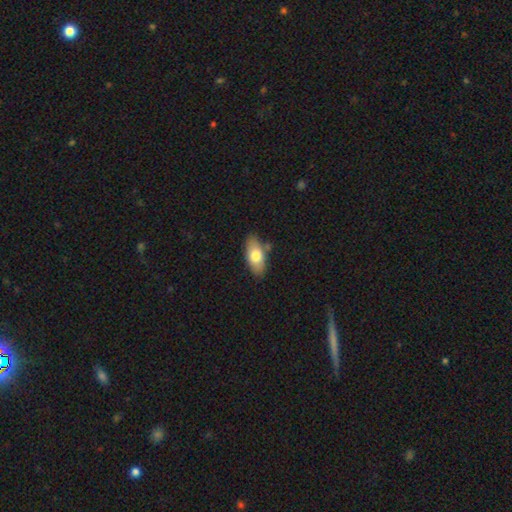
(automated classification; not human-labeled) Smooth or featured? Predicted: smooth (p=0.73). How rounded? Predicted: in between (p=0.88). Merging? Predicted: none (p=0.80).